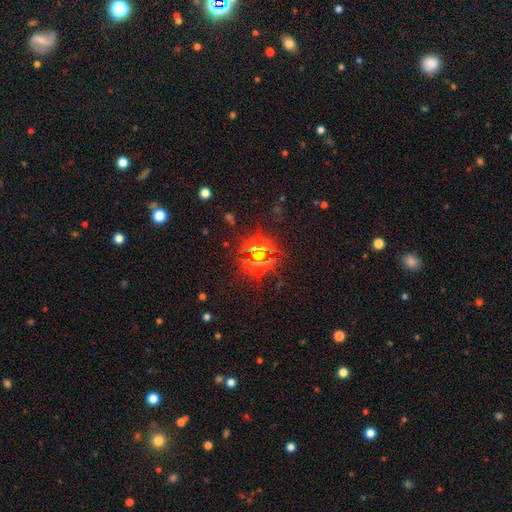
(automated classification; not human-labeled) star or artifact 76%, smooth 14%, featured or disk 10%.